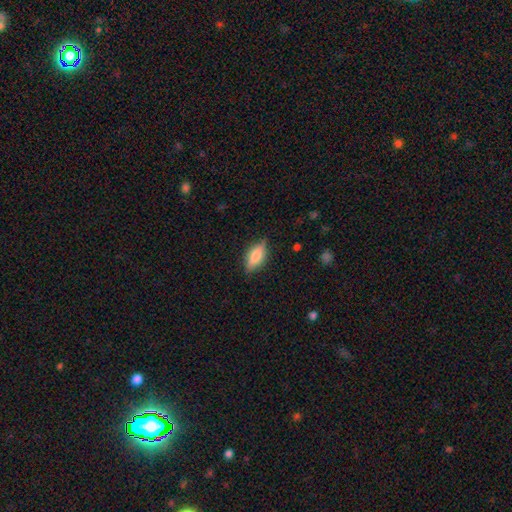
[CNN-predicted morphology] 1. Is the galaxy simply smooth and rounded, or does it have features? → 61% smooth, 32% featured or disk, 8% star or artifact.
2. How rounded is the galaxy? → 73% in between, 24% cigar-shaped, 4% round.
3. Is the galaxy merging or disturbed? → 80% none, 16% minor disturbance, 4% major disturbance, 1% merger.